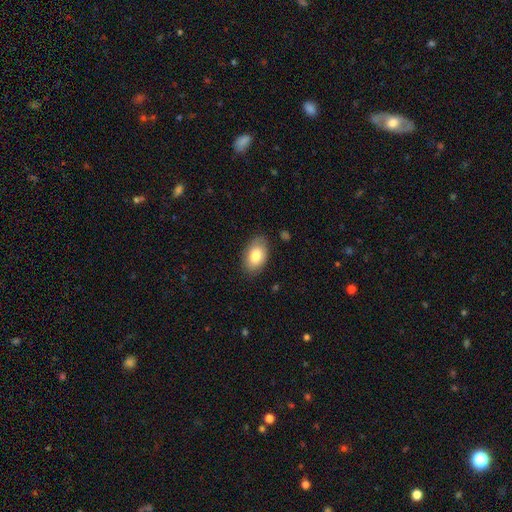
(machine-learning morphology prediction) The model was most divided on "smooth or featured": smooth: 80%, featured or disk: 13%, star or artifact: 7%. More confident: how rounded — in between (91%); merging — none (82%).